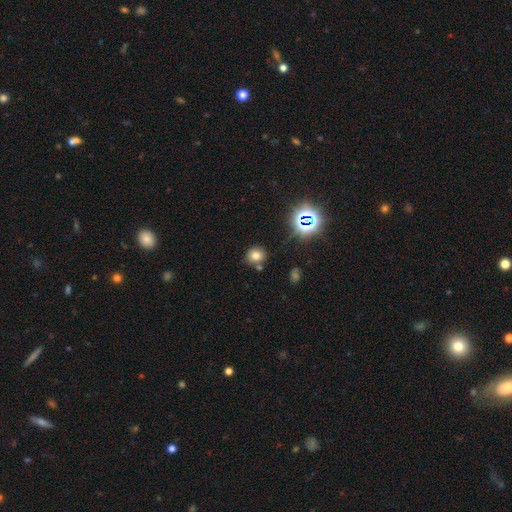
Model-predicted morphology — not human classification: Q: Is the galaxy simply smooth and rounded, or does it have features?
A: smooth — 71%.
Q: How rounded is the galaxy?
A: round — 79%.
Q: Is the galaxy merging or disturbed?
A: none — 77%.